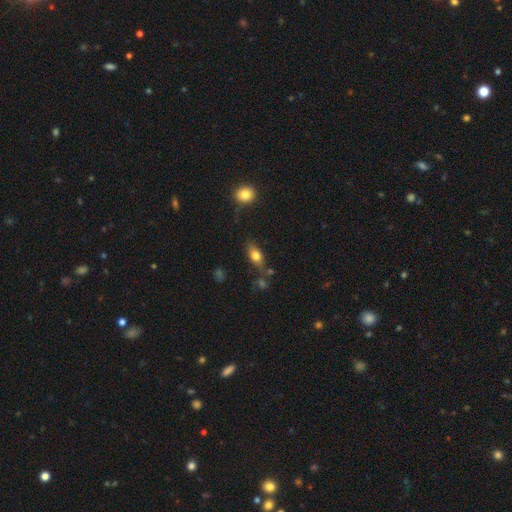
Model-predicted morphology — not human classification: Smooth or featured?
  - smooth: 71% *
  - featured or disk: 20%
  - star or artifact: 9%
How rounded?
  - in between: 80% *
  - cigar-shaped: 11%
  - round: 9%
Merging?
  - none: 66% *
  - minor disturbance: 19%
  - merger: 9%
  - major disturbance: 7%